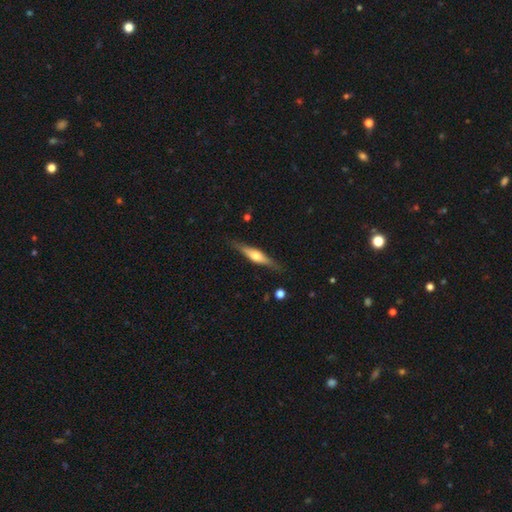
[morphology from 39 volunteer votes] Smooth or featured?
  - smooth: 49% *
  - featured or disk: 46%
  - star or artifact: 5%
How rounded?
  - cigar-shaped: 74% *
  - in between: 26%
  - round: 0%
Merging?
  - none: 86% *
  - minor disturbance: 11%
  - merger: 3%
  - major disturbance: 0%